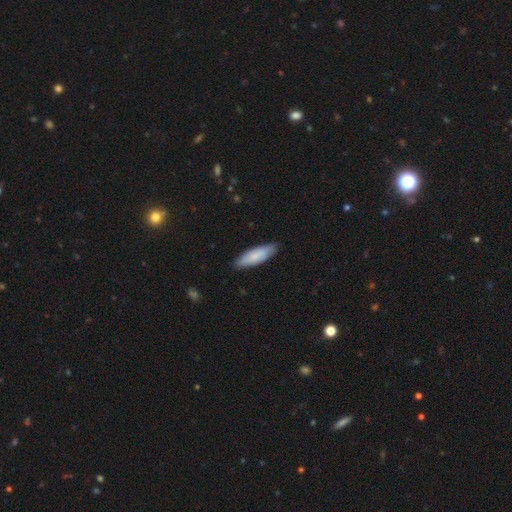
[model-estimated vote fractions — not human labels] A smooth galaxy with no disk features (79%) that is in between round and cigar-shaped (50%). Merging: none (85%).